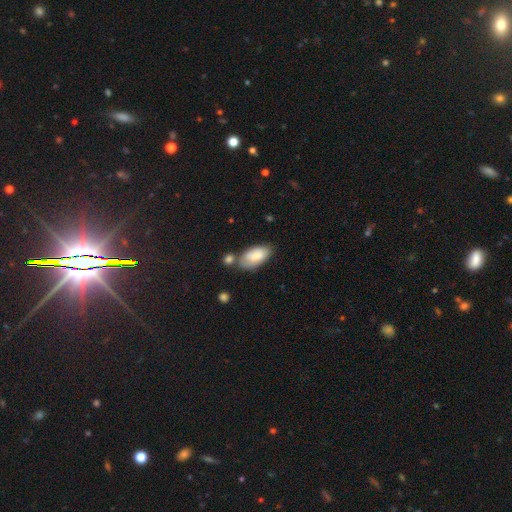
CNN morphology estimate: smooth-or-featured: smooth: 78% | featured or disk: 16% | star or artifact: 6%
  how-rounded: in between: 93% | cigar-shaped: 5% | round: 2%
  merging: none: 53% | minor disturbance: 21% | merger: 20% | major disturbance: 6%